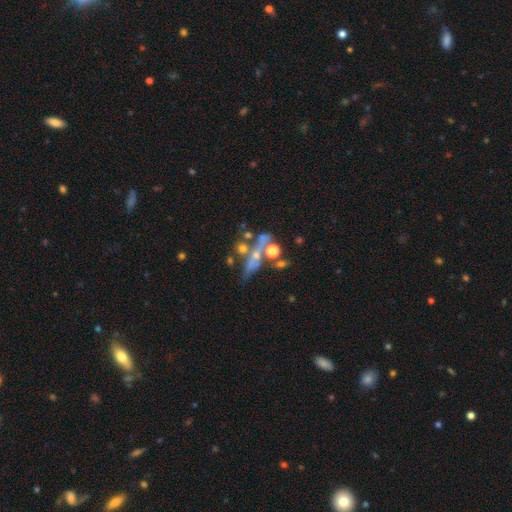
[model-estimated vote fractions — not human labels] Smooth or featured?
  - featured or disk: 53% *
  - smooth: 29%
  - star or artifact: 18%
Edge-on disk?
  - yes: 52% *
  - no: 48%
Merging?
  - none: 45% *
  - merger: 25%
  - minor disturbance: 16%
  - major disturbance: 14%